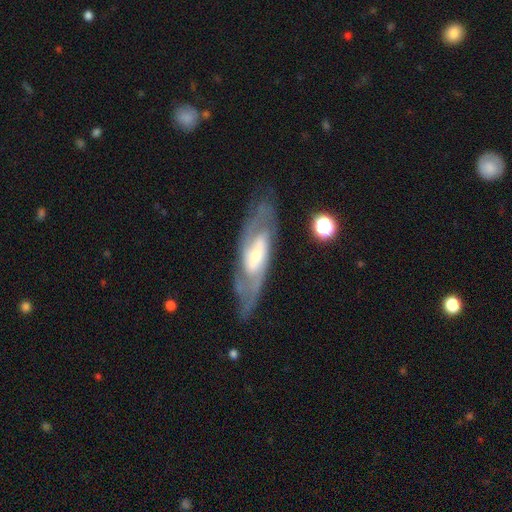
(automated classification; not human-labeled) Smooth or featured: featured or disk — 82% (smooth — 13%)
Edge-on disk: no — 85% (yes — 15%)
Bar: weak — 41% (no — 33%)
Spiral arms: yes — 92% (no — 8%)
Spiral winding: medium — 46% (tight — 39%)
Spiral arm count: 2 — 74% (can't tell — 17%)
Bulge size: moderate — 46% (small — 38%)
Merging: none — 73% (minor disturbance — 17%)